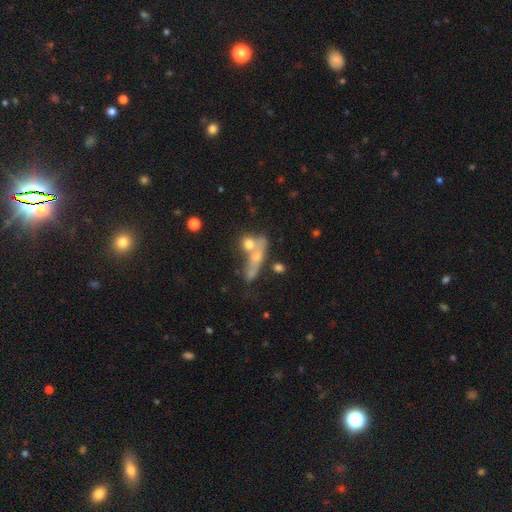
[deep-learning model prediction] This appears to be a featured or disk galaxy (43%, tied with smooth). Merging: merger (46%).